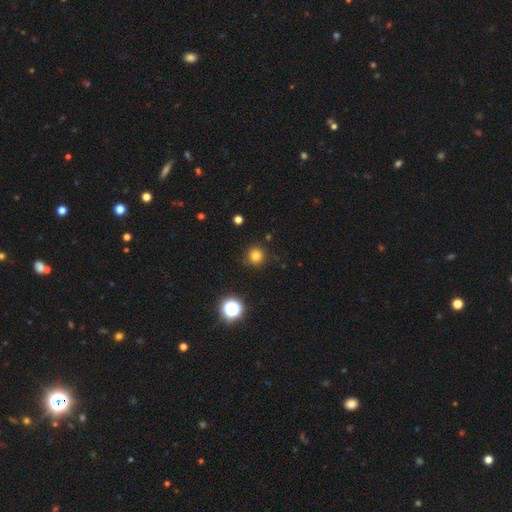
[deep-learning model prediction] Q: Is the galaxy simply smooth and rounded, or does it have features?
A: smooth — 80%.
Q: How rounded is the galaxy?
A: round — 94%.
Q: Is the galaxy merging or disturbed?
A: none — 88%.